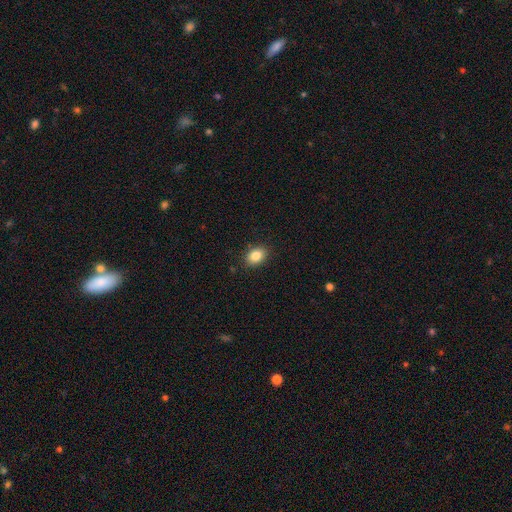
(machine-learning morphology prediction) Smooth or featured? Predicted: smooth (p=0.85). How rounded? Predicted: in between (p=0.74). Merging? Predicted: none (p=0.88).